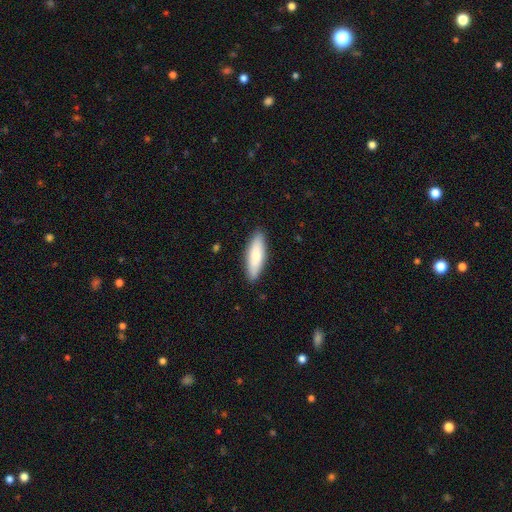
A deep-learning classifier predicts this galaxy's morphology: Smooth or featured?
  - smooth: 80% *
  - featured or disk: 15%
  - star or artifact: 5%
How rounded?
  - cigar-shaped: 56% *
  - in between: 43%
  - round: 2%
Merging?
  - none: 89% *
  - minor disturbance: 9%
  - major disturbance: 2%
  - merger: 1%